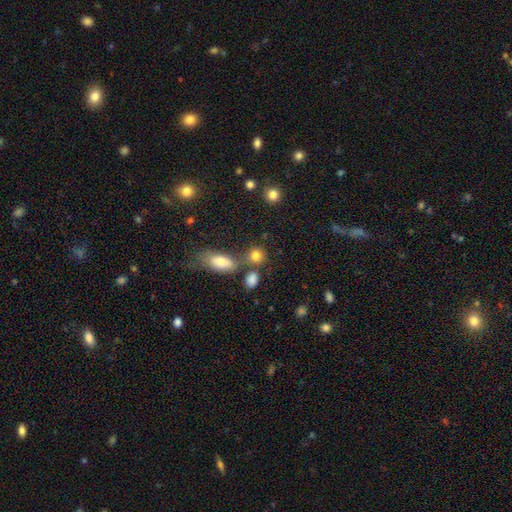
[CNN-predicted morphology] Smooth or featured? Predicted: smooth (p=0.80). How rounded? Predicted: round (p=0.72). Merging? Predicted: none (p=0.60).